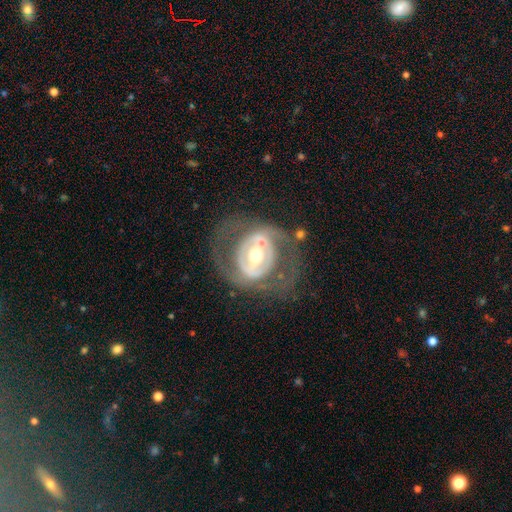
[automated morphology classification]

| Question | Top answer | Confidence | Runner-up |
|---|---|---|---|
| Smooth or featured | featured or disk | 77% | smooth (17%) |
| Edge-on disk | no | 95% | yes (5%) |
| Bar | no | 34% | tied: strong (34%) |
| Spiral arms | no | 56% | yes (44%) |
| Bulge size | moderate | 67% | small (23%) |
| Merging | none | 62% | major disturbance (19%) |